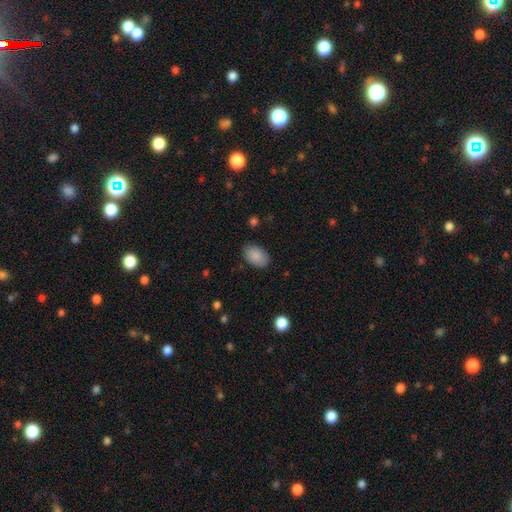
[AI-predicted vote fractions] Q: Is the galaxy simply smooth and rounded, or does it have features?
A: smooth — 88%.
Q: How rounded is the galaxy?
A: in between — 89%.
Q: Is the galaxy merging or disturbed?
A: none — 85%.